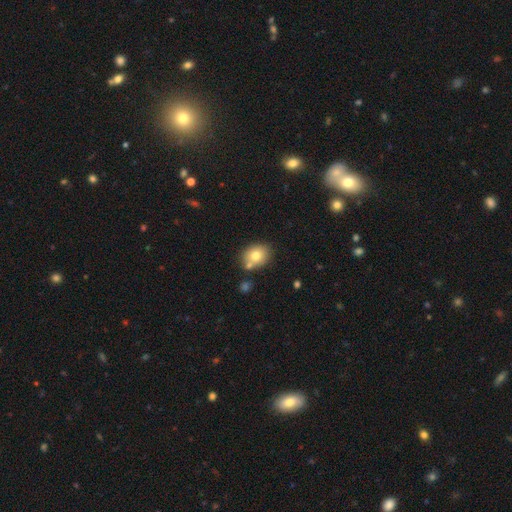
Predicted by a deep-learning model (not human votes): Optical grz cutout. It shows a smooth galaxy with no disk features (75%) that is round (54%). Merging: none (66%).